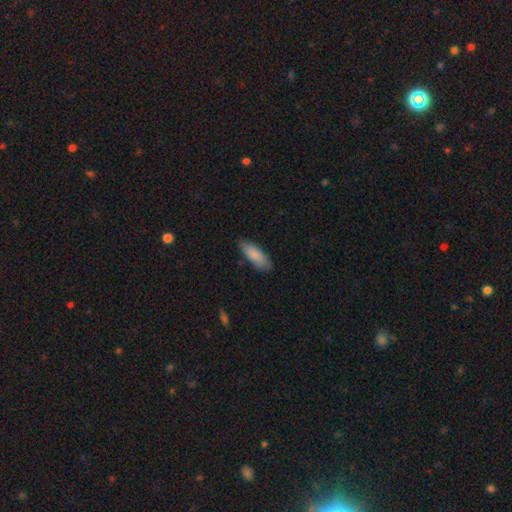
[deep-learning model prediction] smooth 86%, featured or disk 9%, star or artifact 6%. Down the decision tree: how rounded — in between (66%); merging — none (79%).